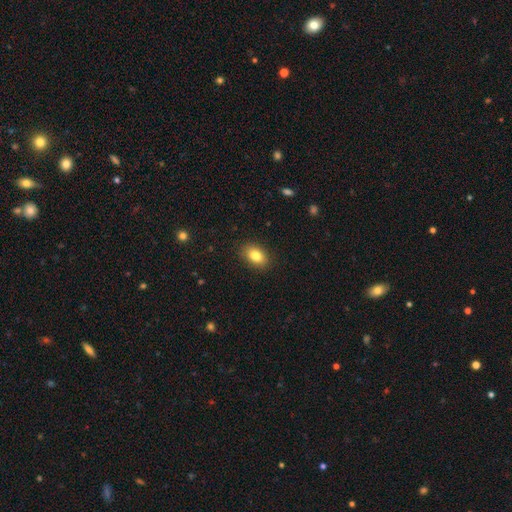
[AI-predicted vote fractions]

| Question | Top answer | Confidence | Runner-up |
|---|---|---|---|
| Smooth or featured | smooth | 83% | star or artifact (8%) |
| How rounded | in between | 84% | round (14%) |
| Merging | none | 88% | minor disturbance (9%) |